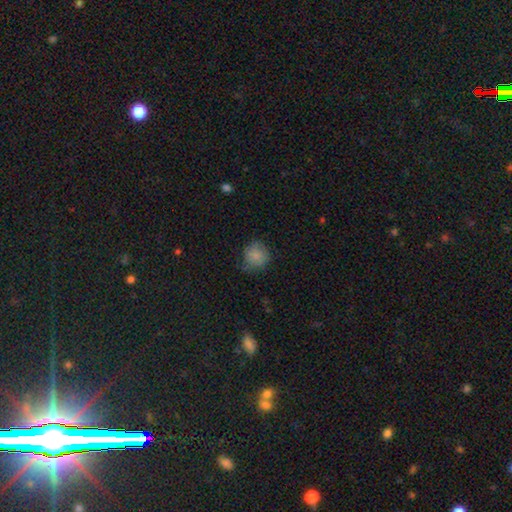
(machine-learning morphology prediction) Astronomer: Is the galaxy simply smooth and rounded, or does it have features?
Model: smooth — 81%.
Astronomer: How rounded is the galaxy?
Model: round — 86%.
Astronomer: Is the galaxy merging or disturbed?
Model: none — 63%.